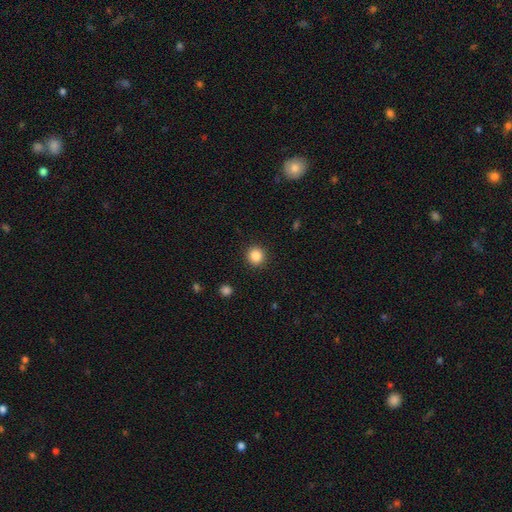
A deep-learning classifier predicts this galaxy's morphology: type=smooth (86%); roundness=round (93%); merging=none (92%).